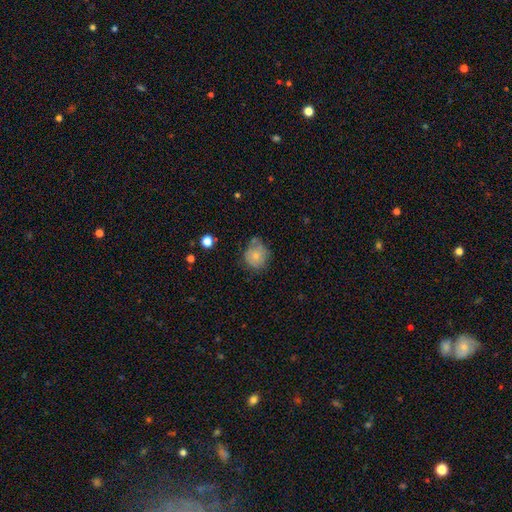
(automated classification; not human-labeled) smooth_or_featured: smooth (p=0.68) [alt: featured or disk p=0.23]
how_rounded: round (p=0.78) [alt: in between p=0.21]
merging: none (p=0.53) [alt: minor disturbance p=0.30]